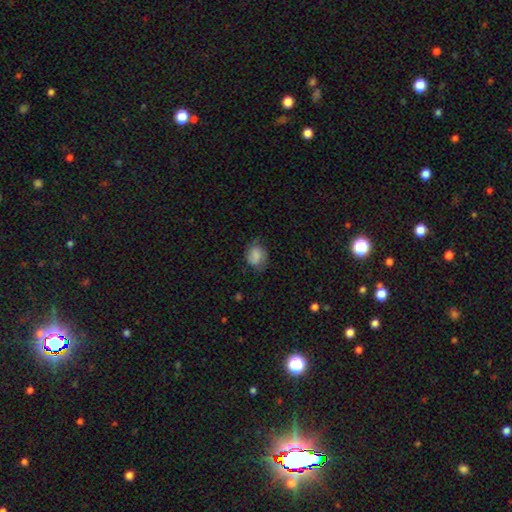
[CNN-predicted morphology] This appears to be a smooth galaxy with no disk features (70%) that is in between round and cigar-shaped (60%). Merging: none (59%).